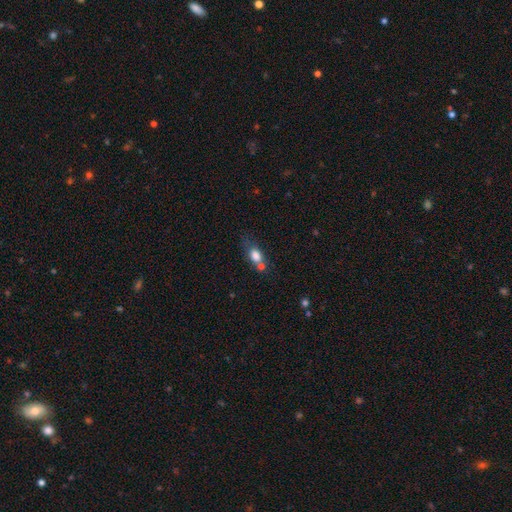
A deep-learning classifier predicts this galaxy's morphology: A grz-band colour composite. It shows a smooth galaxy with no disk features (76%) that is in between round and cigar-shaped (68%). Merging: none (37%).